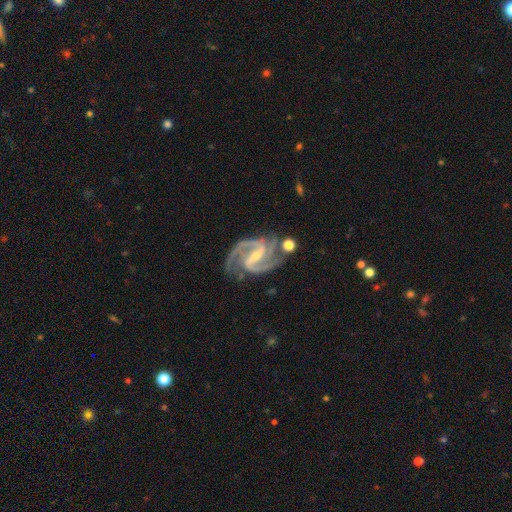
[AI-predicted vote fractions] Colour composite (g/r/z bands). It shows a featured or disk galaxy (94%) with a strong bar (55%), 2 (86%) medium (63%) spiral arms (99%) and a small central bulge (69%). Merging: none (74%).